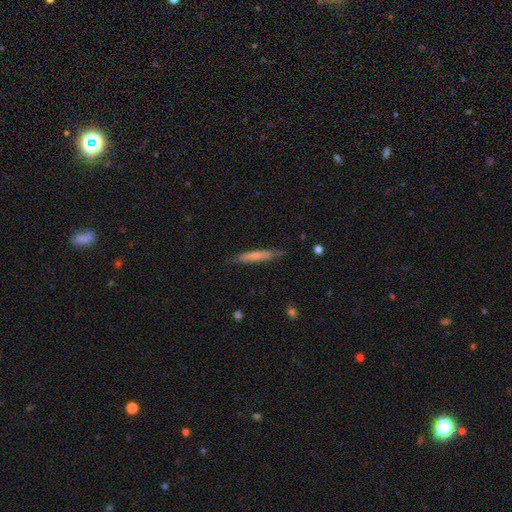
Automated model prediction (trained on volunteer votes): Smooth or featured?
  - smooth: 61% *
  - featured or disk: 34%
  - star or artifact: 6%
How rounded?
  - cigar-shaped: 93% *
  - in between: 6%
  - round: 1%
Merging?
  - none: 79% *
  - minor disturbance: 16%
  - major disturbance: 3%
  - merger: 2%